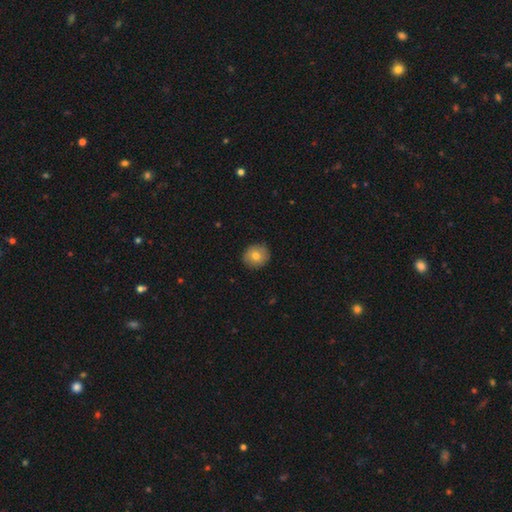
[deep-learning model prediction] A smooth galaxy with no disk features (76%) that is round (85%).

Vote fractions:
- Smooth or featured? smooth: 76% / featured or disk: 15% / star or artifact: 9%
- How rounded? round: 85% / in between: 14% / cigar-shaped: 1%
- Merging? none: 87% / minor disturbance: 10% / major disturbance: 2% / merger: 1%